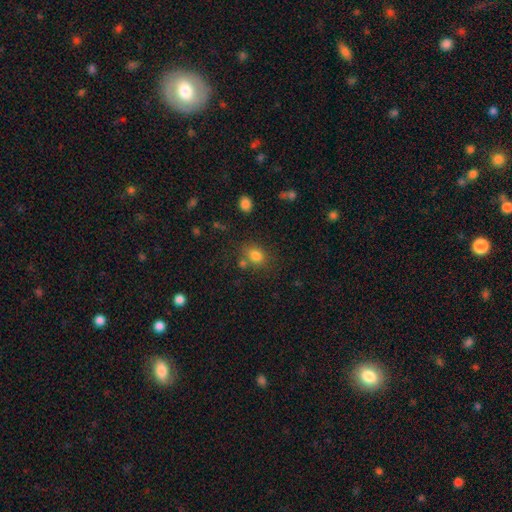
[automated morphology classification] This is clearly a smooth galaxy (80%). How rounded: possibly round (58%). Merging: likely none (67%).